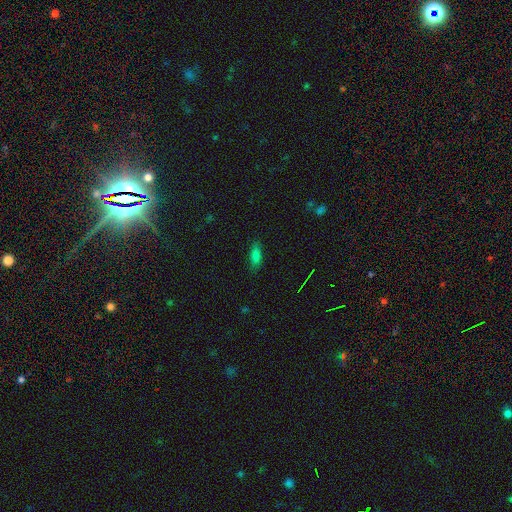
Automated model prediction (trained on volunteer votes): smooth_or_featured: smooth (p=0.76) [alt: star or artifact p=0.13]
how_rounded: in between (p=0.71) [alt: cigar-shaped p=0.26]
merging: none (p=0.82) [alt: minor disturbance p=0.14]